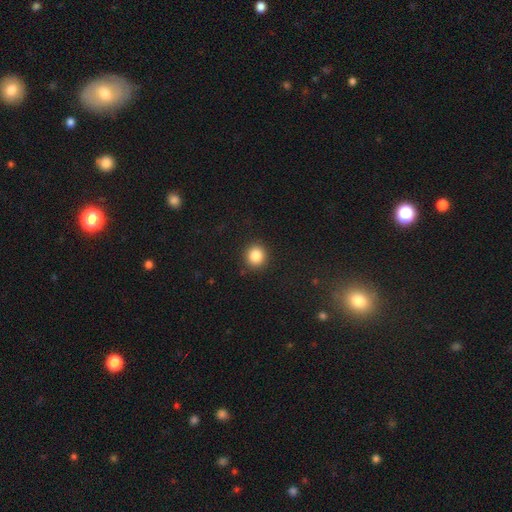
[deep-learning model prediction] Morphology: type=smooth (85%); roundness=round (89%); merging=none (91%).